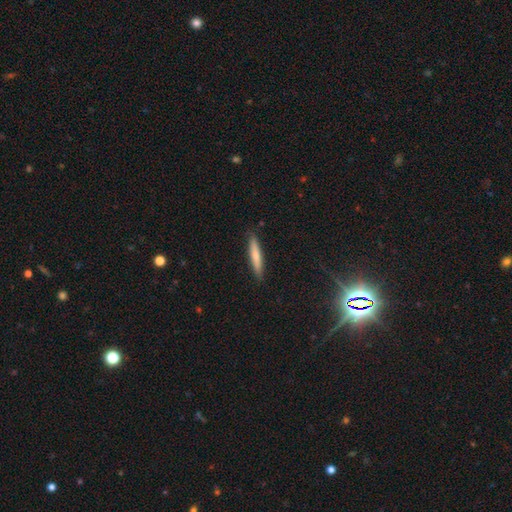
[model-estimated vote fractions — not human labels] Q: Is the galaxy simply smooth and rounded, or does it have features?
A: smooth — 68%.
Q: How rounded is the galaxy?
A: cigar-shaped — 90%.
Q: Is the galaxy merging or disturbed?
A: none — 88%.